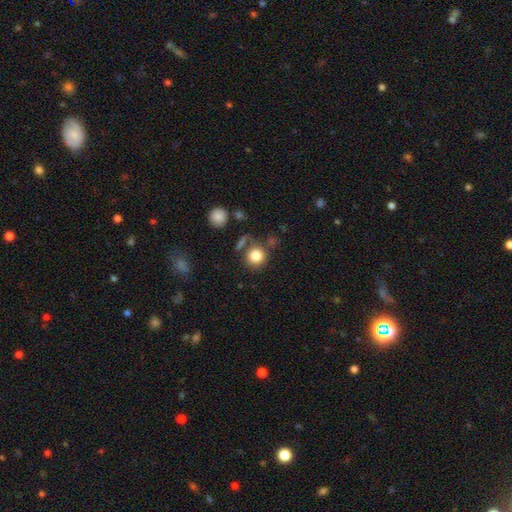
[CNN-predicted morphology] Smooth or featured? Predicted: smooth (p=0.82). How rounded? Predicted: round (p=0.87). Merging? Predicted: none (p=0.67).